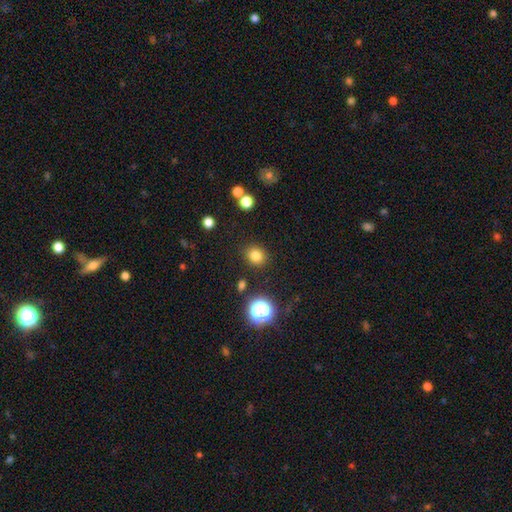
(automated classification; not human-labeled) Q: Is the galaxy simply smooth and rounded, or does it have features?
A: smooth — 81%.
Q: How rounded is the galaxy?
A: round — 78%.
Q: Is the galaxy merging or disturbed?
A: none — 88%.